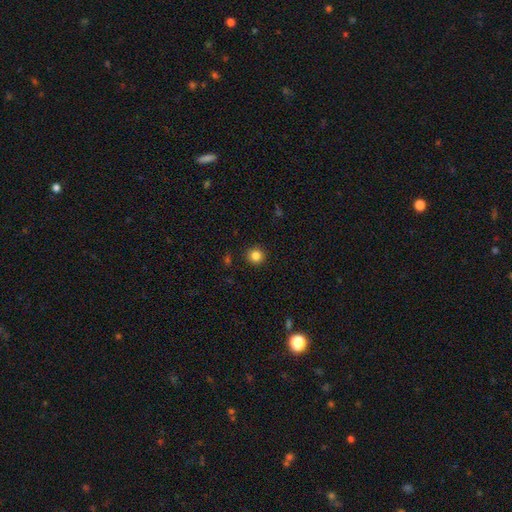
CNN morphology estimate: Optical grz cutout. It shows a smooth galaxy with no disk features (84%) that is round (94%). Merging: none (92%).